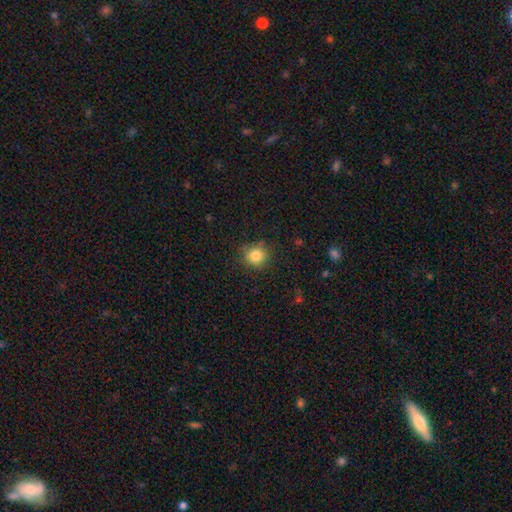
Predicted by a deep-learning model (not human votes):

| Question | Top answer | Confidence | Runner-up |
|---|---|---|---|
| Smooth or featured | smooth | 82% | star or artifact (12%) |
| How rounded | round | 90% | in between (9%) |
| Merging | none | 83% | minor disturbance (13%) |